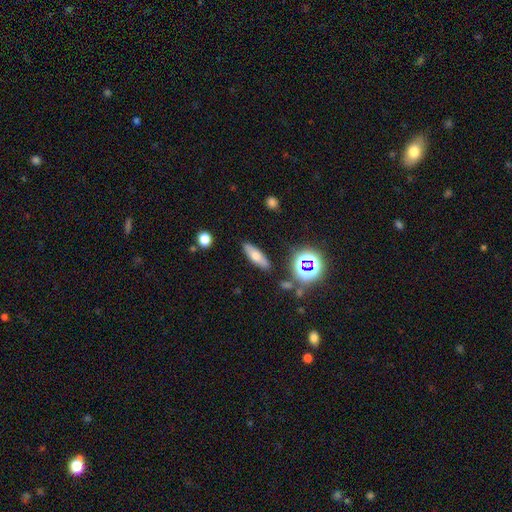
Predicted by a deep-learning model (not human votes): This is possibly a smooth galaxy (58%). How rounded: possibly cigar-shaped (49%). Merging: clearly none (86%).